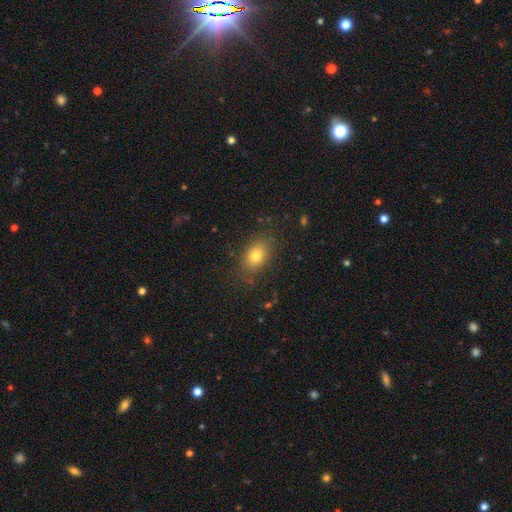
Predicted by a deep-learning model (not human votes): This appears to be a smooth galaxy with no disk features (80%) that is in between round and cigar-shaped (79%). Merging: none (82%).